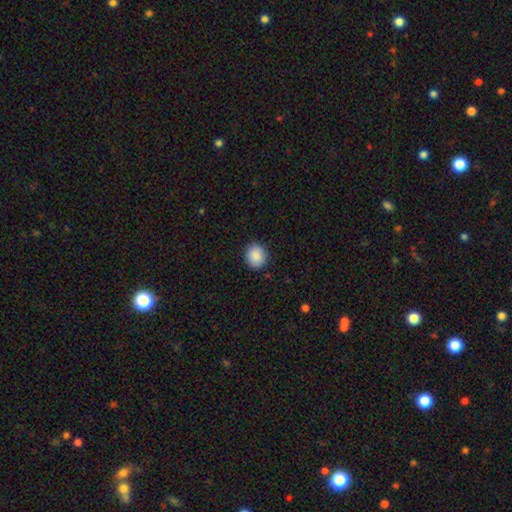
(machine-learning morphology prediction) Q: Smooth or featured?
A: smooth (89%); runner-up: star or artifact (8%)
Q: How rounded?
A: round (78%); runner-up: in between (21%)
Q: Merging?
A: none (90%); runner-up: minor disturbance (7%)